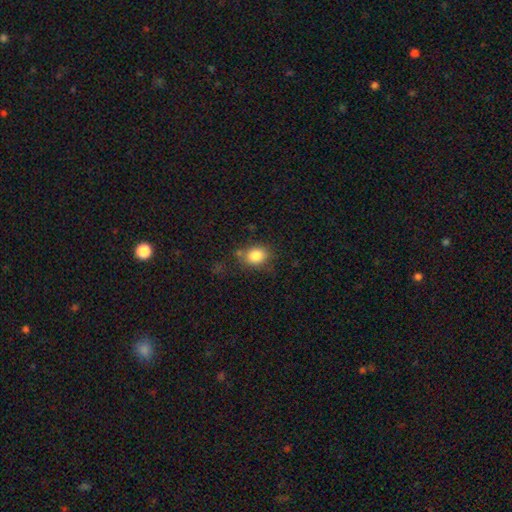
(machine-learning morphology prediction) smooth 84%, star or artifact 10%, featured or disk 7%. Down the decision tree: how rounded — round (53%); merging — none (68%).